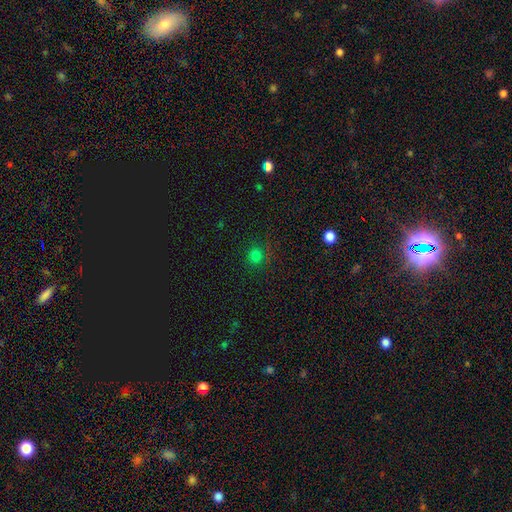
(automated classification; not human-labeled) Morphology: type=smooth (75%); roundness=round (89%); merging=none (82%).